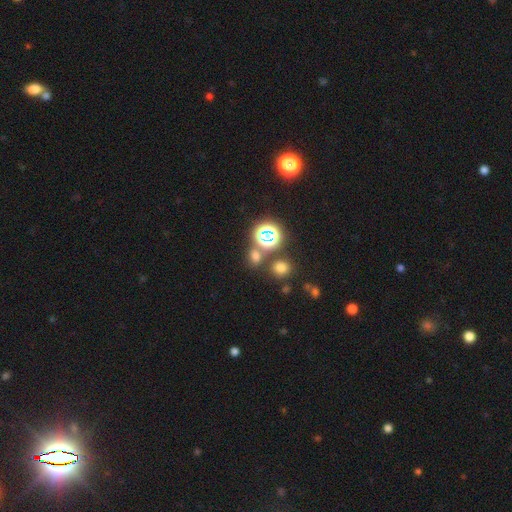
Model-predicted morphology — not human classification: A smooth galaxy with no disk features (57%) that is round (56%).

Vote fractions:
- Smooth or featured? smooth: 57% / star or artifact: 36% / featured or disk: 7%
- How rounded? round: 56% / in between: 42% / cigar-shaped: 2%
- Merging? none: 68% / merger: 18% / minor disturbance: 9% / major disturbance: 4%